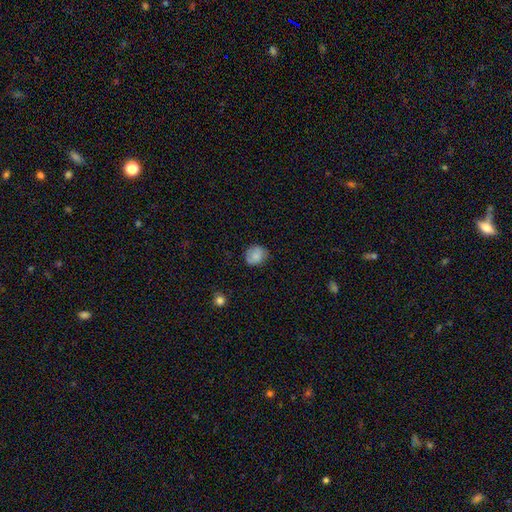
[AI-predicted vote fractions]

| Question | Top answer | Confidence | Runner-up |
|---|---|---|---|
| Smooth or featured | smooth | 79% | featured or disk (12%) |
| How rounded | round | 76% | in between (23%) |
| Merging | none | 75% | minor disturbance (19%) |